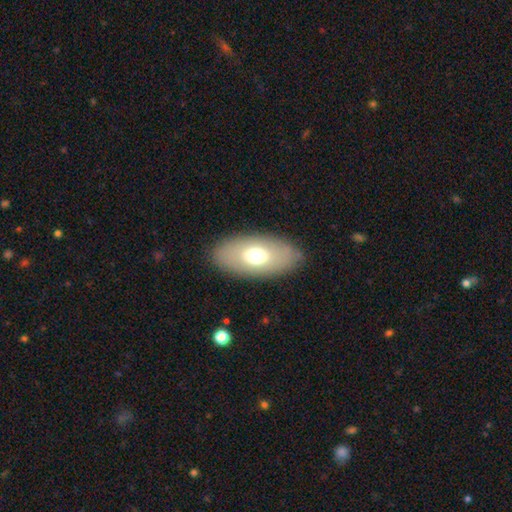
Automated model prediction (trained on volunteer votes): Smooth or featured?
  - smooth: 65% *
  - featured or disk: 28%
  - star or artifact: 8%
How rounded?
  - in between: 92% *
  - round: 5%
  - cigar-shaped: 3%
Merging?
  - none: 85% *
  - minor disturbance: 10%
  - major disturbance: 4%
  - merger: 1%